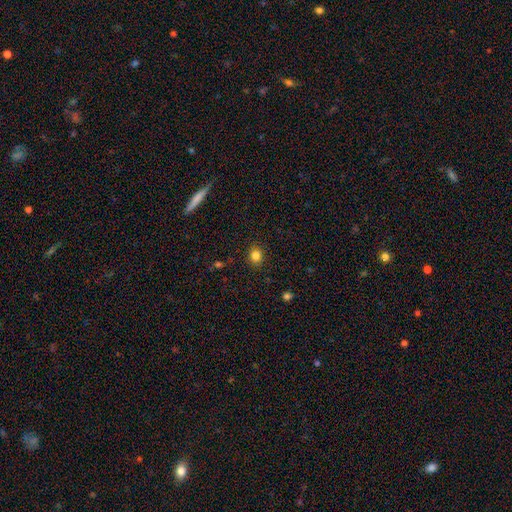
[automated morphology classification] Overall: smooth (83%). How rounded: round (72%). Merging: none (90%).